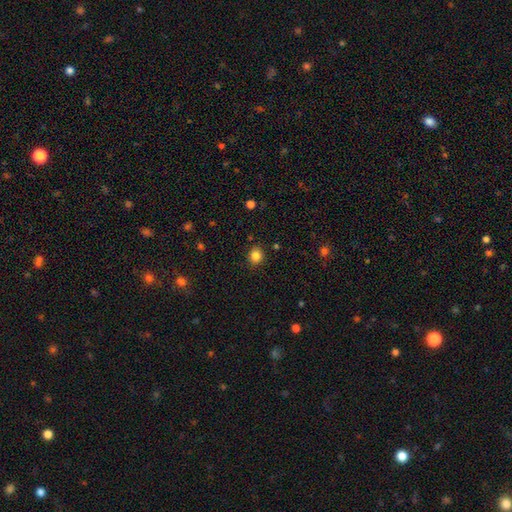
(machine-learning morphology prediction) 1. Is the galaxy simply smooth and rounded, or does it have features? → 84% smooth, 12% star or artifact, 4% featured or disk.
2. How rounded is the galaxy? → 78% round, 22% in between, 1% cigar-shaped.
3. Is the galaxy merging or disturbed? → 89% none, 8% minor disturbance, 2% major disturbance, 1% merger.